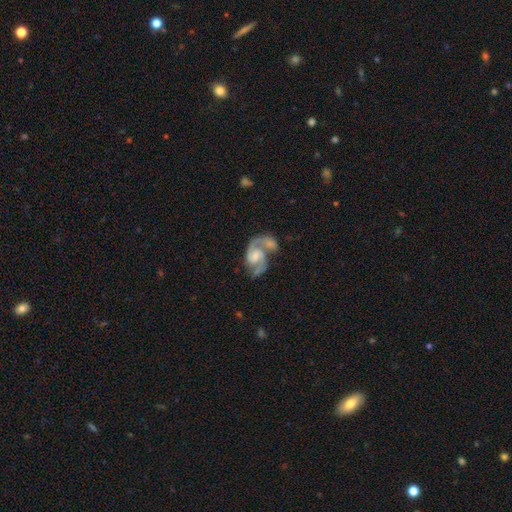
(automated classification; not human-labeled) Smooth or featured? Predicted: featured or disk (p=0.87). Edge-on disk? Predicted: no (p=0.98). Bar? Predicted: no (p=0.50). Spiral arms? Predicted: yes (p=0.96). Spiral winding? Predicted: medium (p=0.56). Spiral arm count? Predicted: 2 (p=0.88). Bulge size? Predicted: small (p=0.37). Merging? Predicted: merger (p=0.40).